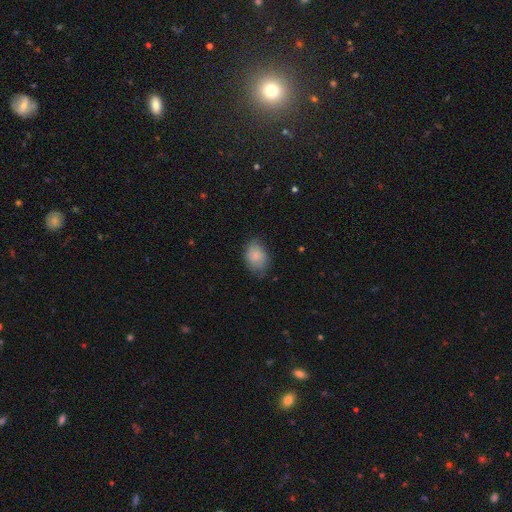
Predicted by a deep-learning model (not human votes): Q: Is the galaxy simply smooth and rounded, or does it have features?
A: smooth — 83%.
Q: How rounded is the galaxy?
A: in between — 72%.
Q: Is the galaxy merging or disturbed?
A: none — 66%.